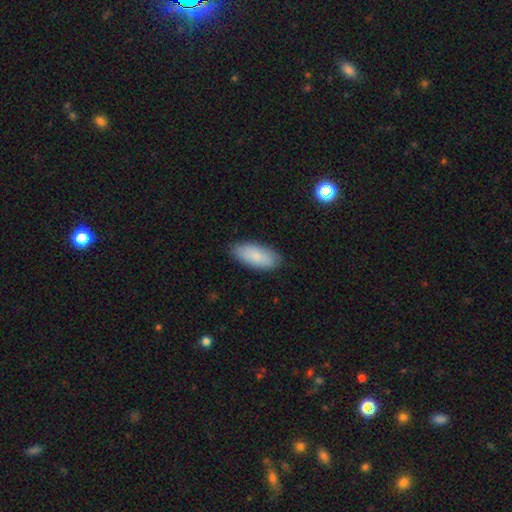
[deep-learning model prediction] Smooth or featured?
  - smooth: 82% *
  - featured or disk: 11%
  - star or artifact: 6%
How rounded?
  - in between: 87% *
  - cigar-shaped: 11%
  - round: 2%
Merging?
  - none: 86% *
  - minor disturbance: 11%
  - major disturbance: 2%
  - merger: 1%